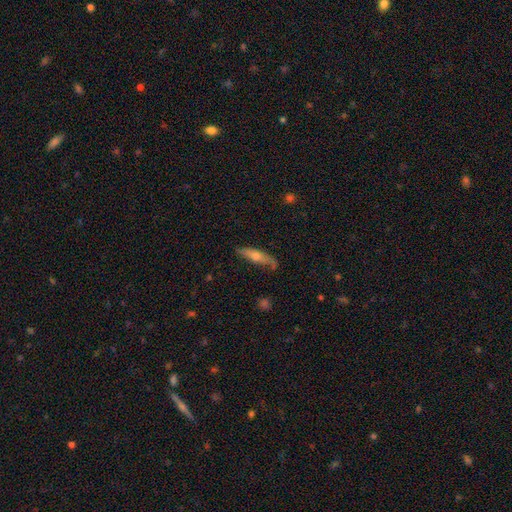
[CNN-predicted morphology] Smooth or featured? featured or disk (48%)
Merging? none (72%)